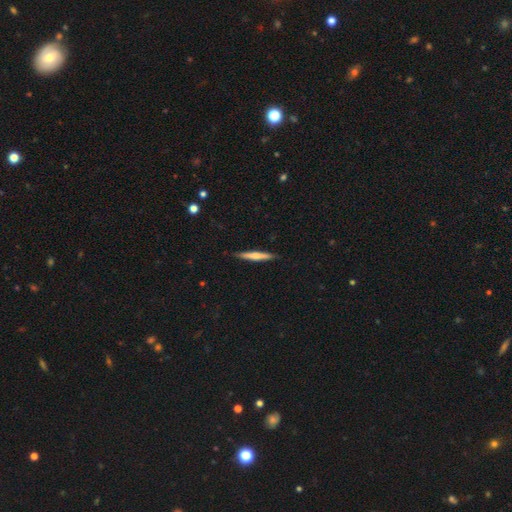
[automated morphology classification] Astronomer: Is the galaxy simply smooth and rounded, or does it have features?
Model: smooth — 49% (runner-up: featured or disk, 46%).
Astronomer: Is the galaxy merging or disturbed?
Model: none — 88%.